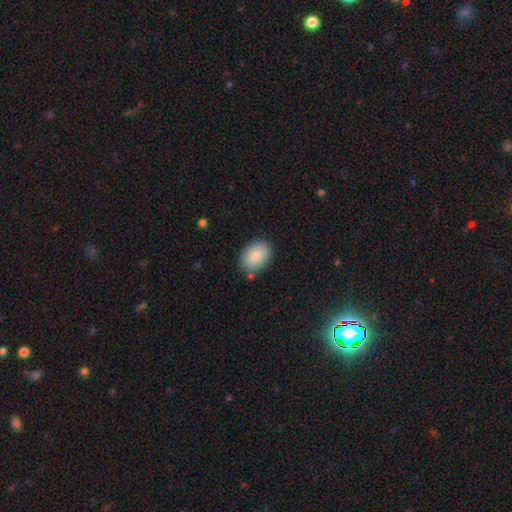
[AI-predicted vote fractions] A smooth galaxy with no disk features (84%) that is in between round and cigar-shaped (78%).

Vote fractions:
- Smooth or featured? smooth: 84% / featured or disk: 9% / star or artifact: 7%
- How rounded? in between: 78% / round: 21% / cigar-shaped: 1%
- Merging? none: 82% / minor disturbance: 13% / merger: 3% / major disturbance: 3%